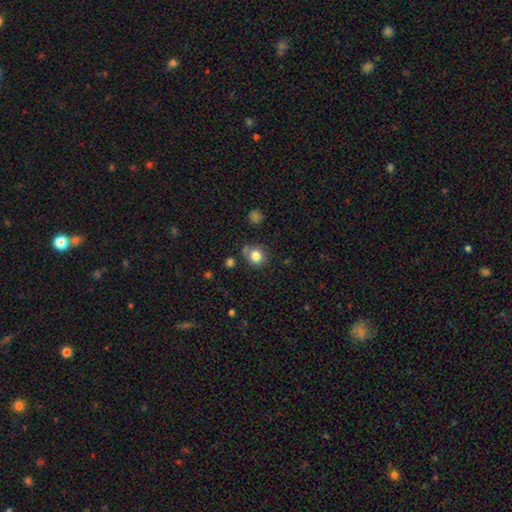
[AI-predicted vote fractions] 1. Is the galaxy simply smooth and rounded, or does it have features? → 81% smooth, 11% star or artifact, 7% featured or disk.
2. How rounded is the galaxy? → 82% round, 17% in between, 1% cigar-shaped.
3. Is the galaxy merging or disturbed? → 73% none, 15% minor disturbance, 8% merger, 4% major disturbance.